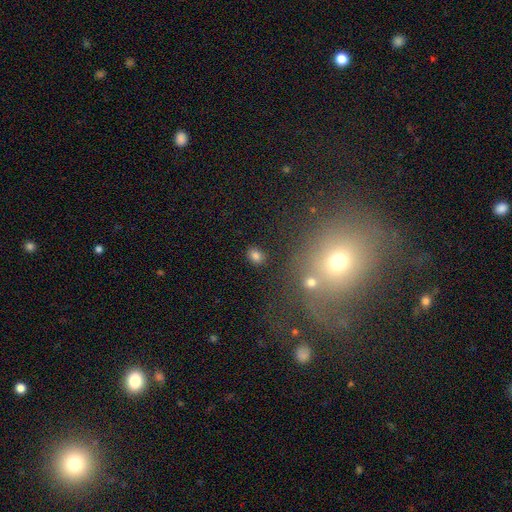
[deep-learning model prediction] Overall: smooth (79%). How rounded: in between (56%; round 42%). Merging: none (84%).